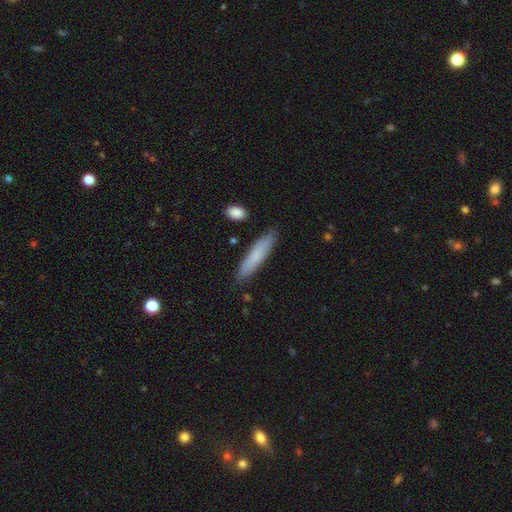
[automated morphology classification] Smooth or featured? smooth (77%)
How rounded? cigar-shaped (82%)
Merging? none (85%)